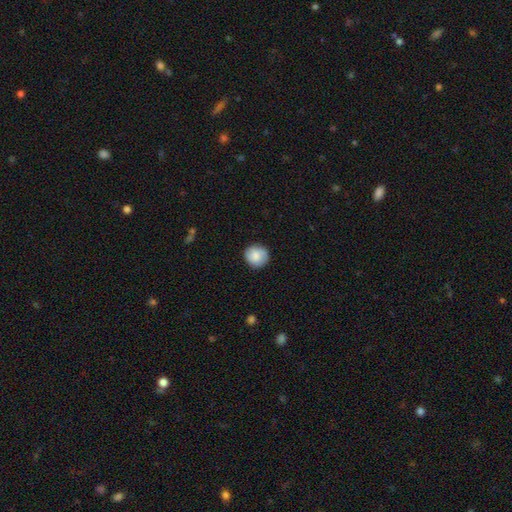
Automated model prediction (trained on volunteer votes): A smooth galaxy with no disk features (81%) that is round (89%).

Vote fractions:
- Smooth or featured? smooth: 81% / featured or disk: 11% / star or artifact: 7%
- How rounded? round: 89% / in between: 10% / cigar-shaped: 1%
- Merging? none: 87% / minor disturbance: 10% / major disturbance: 2% / merger: 1%